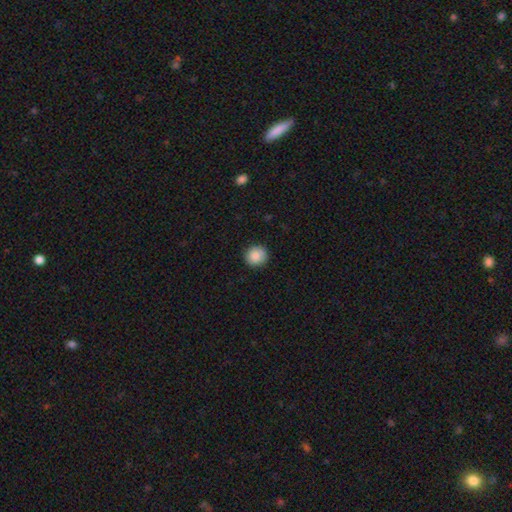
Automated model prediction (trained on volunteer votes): A smooth galaxy with no disk features (88%) that is round (92%).

Vote fractions:
- Smooth or featured? smooth: 88% / star or artifact: 8% / featured or disk: 4%
- How rounded? round: 92% / in between: 7% / cigar-shaped: 1%
- Merging? none: 91% / minor disturbance: 7% / major disturbance: 2% / merger: 1%